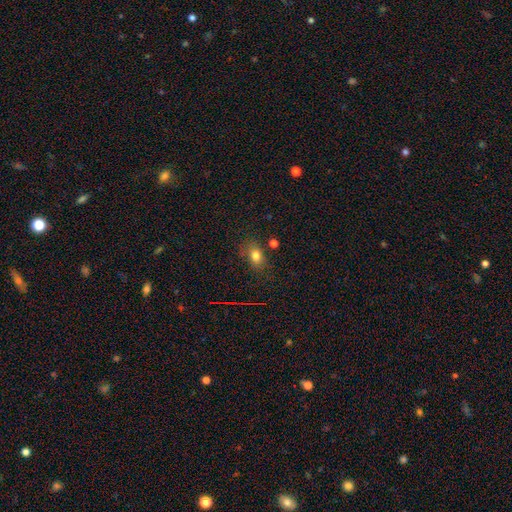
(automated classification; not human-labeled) The model was most divided on "how rounded": in between: 73%, round: 24%, cigar-shaped: 3%. More confident: smooth or featured — smooth (76%); merging — none (74%).